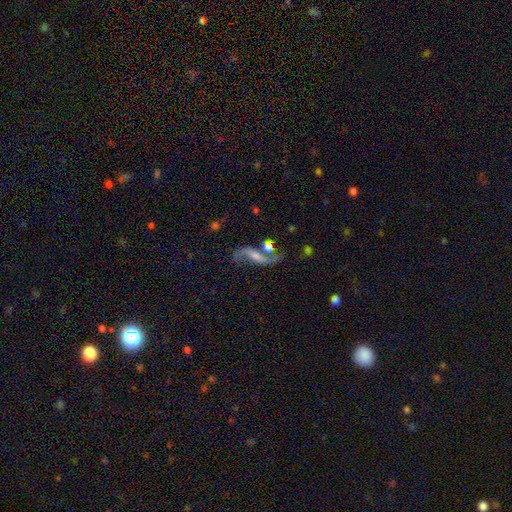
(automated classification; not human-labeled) This appears to be a featured or disk galaxy (82%) with a weak bar (39%), 2 (90%) loose (82%) spiral arms (93%) and a small central bulge (40%). Merging: none (54%).